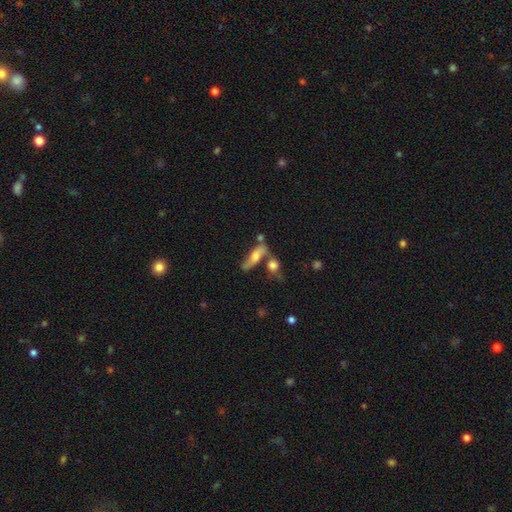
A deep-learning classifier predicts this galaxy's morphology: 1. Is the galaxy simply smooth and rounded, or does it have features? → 47% smooth, 45% featured or disk, 8% star or artifact.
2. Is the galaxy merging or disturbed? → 47% none, 28% merger, 16% minor disturbance, 8% major disturbance.